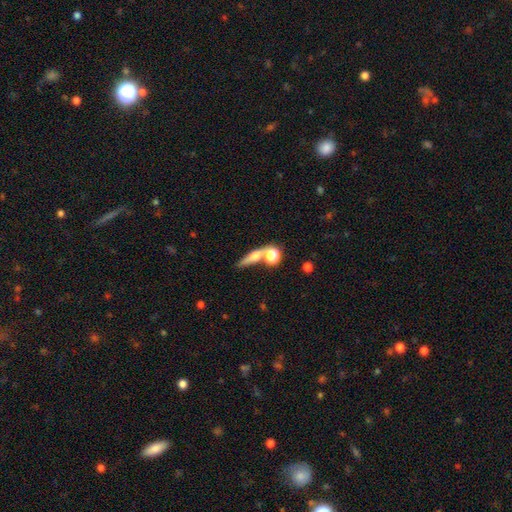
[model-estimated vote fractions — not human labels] This is possibly a smooth galaxy (57%). How rounded: possibly cigar-shaped (52%). Merging: possibly none (53%).